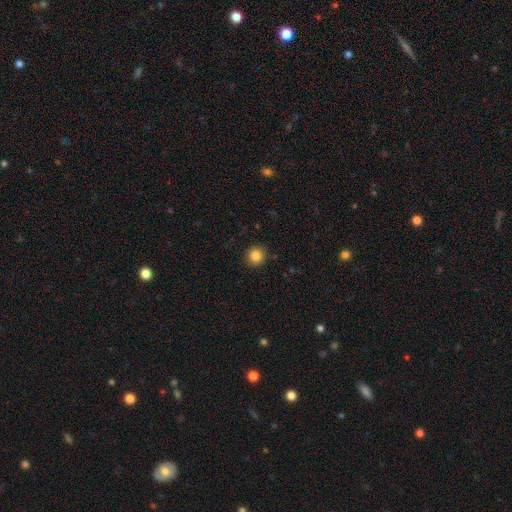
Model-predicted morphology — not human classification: Overall: smooth (85%). How rounded: round (92%). Merging: none (90%).